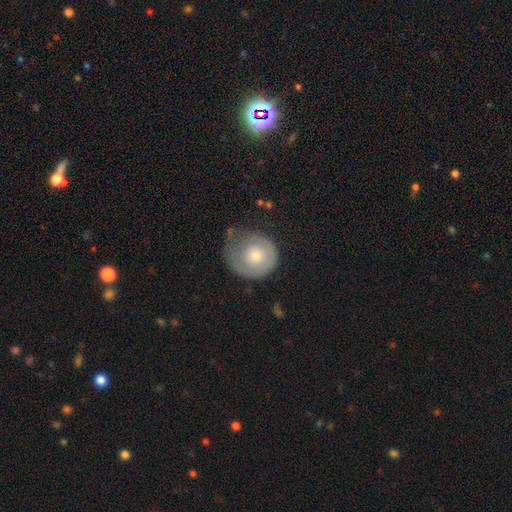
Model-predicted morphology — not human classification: Smooth or featured: smooth — 59% (featured or disk — 34%)
How rounded: round — 86% (in between — 13%)
Merging: none — 51% (minor disturbance — 31%)